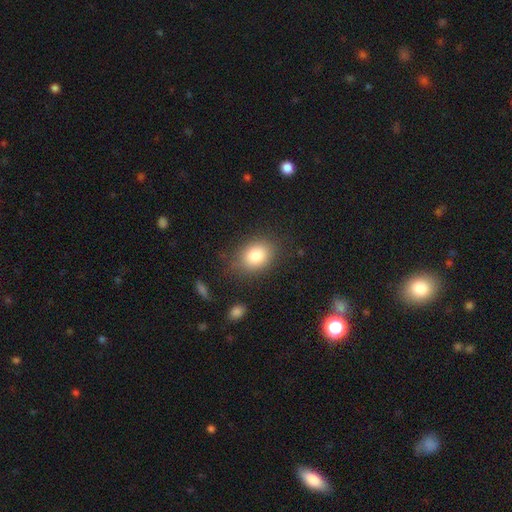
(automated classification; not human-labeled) Overall: smooth (82%). How rounded: in between (61%; round 38%). Merging: none (80%).